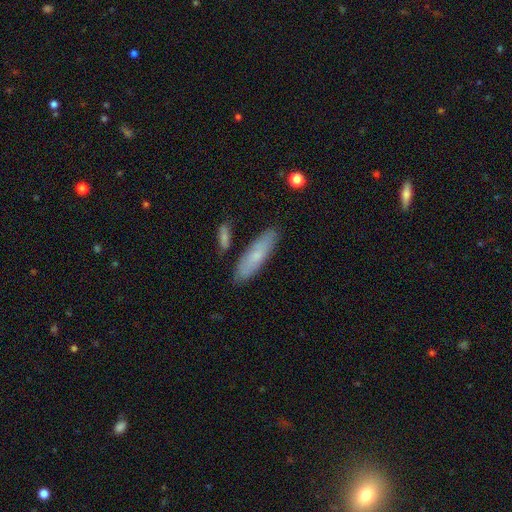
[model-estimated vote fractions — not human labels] This is likely a smooth galaxy (68%). How rounded: likely cigar-shaped (63%). Merging: clearly none (81%).